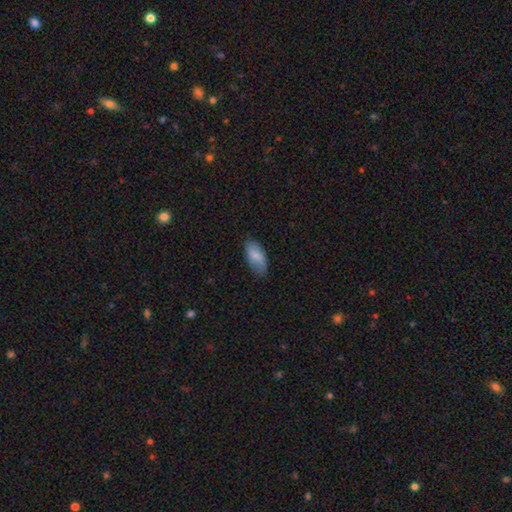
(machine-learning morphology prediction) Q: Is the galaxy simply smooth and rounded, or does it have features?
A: smooth — 82%.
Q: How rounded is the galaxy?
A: in between — 92%.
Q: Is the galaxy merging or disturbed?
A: none — 79%.